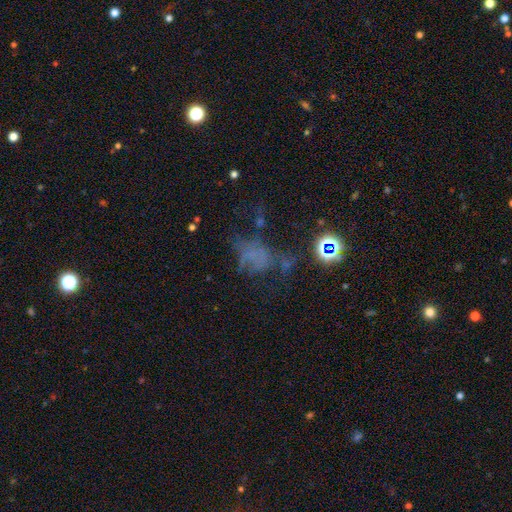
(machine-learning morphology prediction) star or artifact 36%, featured or disk 33%, smooth 31%.